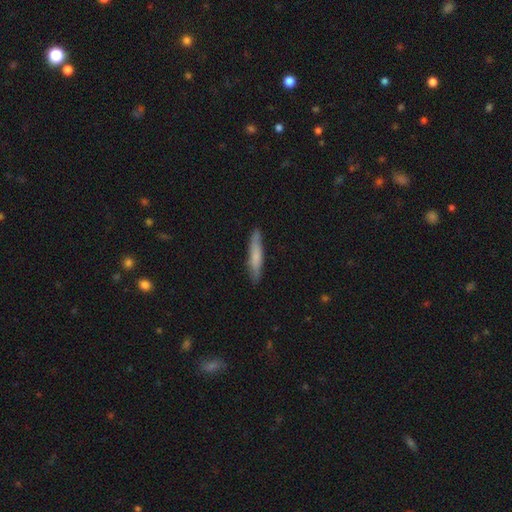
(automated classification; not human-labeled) Smooth or featured?
  - smooth: 66% *
  - featured or disk: 29%
  - star or artifact: 5%
How rounded?
  - cigar-shaped: 91% *
  - in between: 7%
  - round: 1%
Merging?
  - none: 86% *
  - minor disturbance: 11%
  - major disturbance: 2%
  - merger: 1%